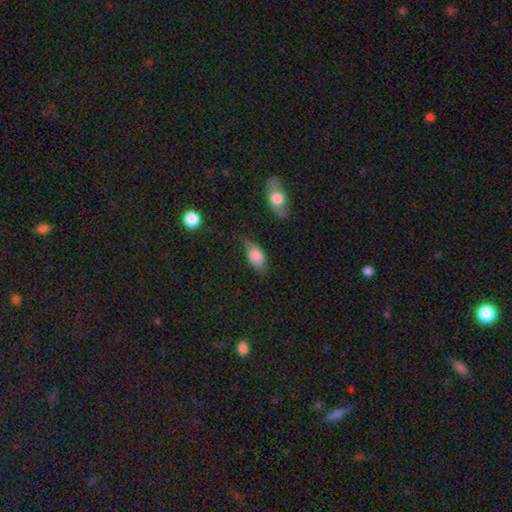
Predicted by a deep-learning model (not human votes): Smooth or featured? Predicted: smooth (p=0.70). How rounded? Predicted: in between (p=0.87). Merging? Predicted: none (p=0.46).